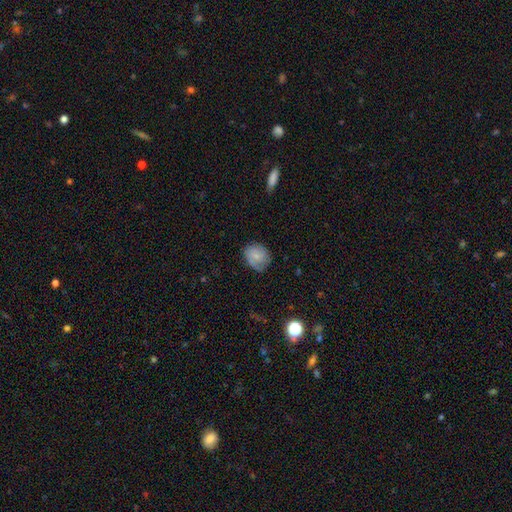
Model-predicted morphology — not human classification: Smooth or featured? Predicted: smooth (p=0.62). How rounded? Predicted: round (p=0.61). Merging? Predicted: none (p=0.66).